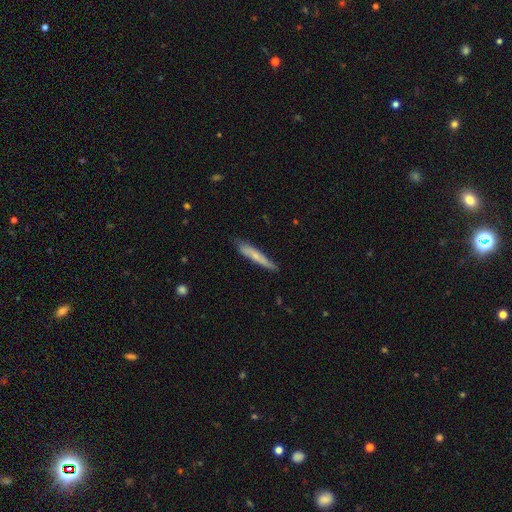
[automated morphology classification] A smooth galaxy with no disk features (55%) that is cigar-shaped (92%).

Vote fractions:
- Smooth or featured? smooth: 55% / featured or disk: 39% / star or artifact: 6%
- How rounded? cigar-shaped: 92% / in between: 6% / round: 1%
- Merging? none: 75% / minor disturbance: 20% / major disturbance: 3% / merger: 2%